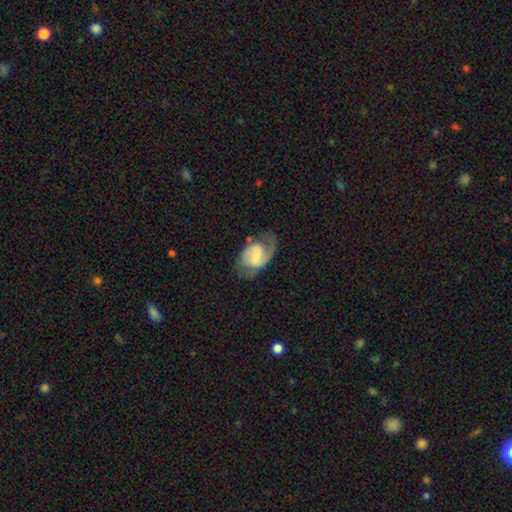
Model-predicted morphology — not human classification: featured or disk 72%, smooth 22%, star or artifact 6%. Down the decision tree: edge-on disk — no (97%); bar — weak (53%); spiral arms — yes (90%); spiral arm count — 2 (66%); spiral winding — medium (48%); bulge size — small (42%); merging — none (52%).